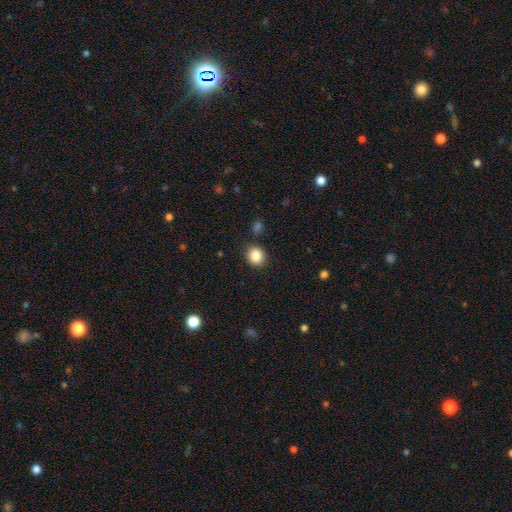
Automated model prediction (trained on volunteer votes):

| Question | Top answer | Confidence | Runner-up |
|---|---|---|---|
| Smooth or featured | smooth | 86% | star or artifact (10%) |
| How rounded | round | 81% | in between (18%) |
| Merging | none | 88% | minor disturbance (7%) |